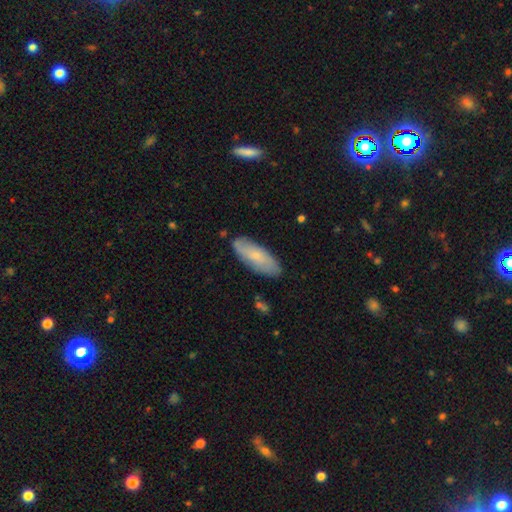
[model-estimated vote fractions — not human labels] This is likely a smooth galaxy (65%). How rounded: likely in between (70%). Merging: clearly none (82%).